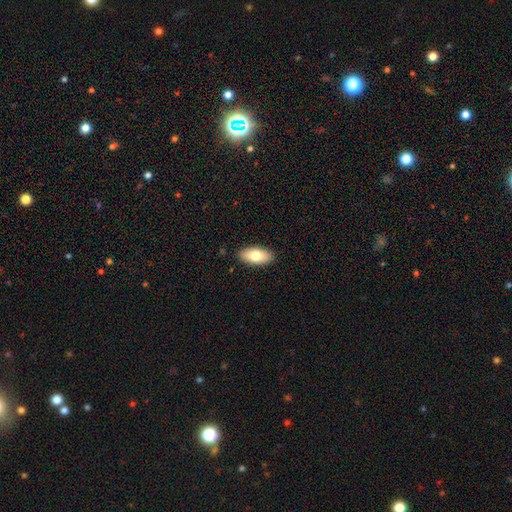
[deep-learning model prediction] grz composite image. It shows a smooth galaxy with no disk features (75%) that is in between round and cigar-shaped (90%). Merging: none (89%).